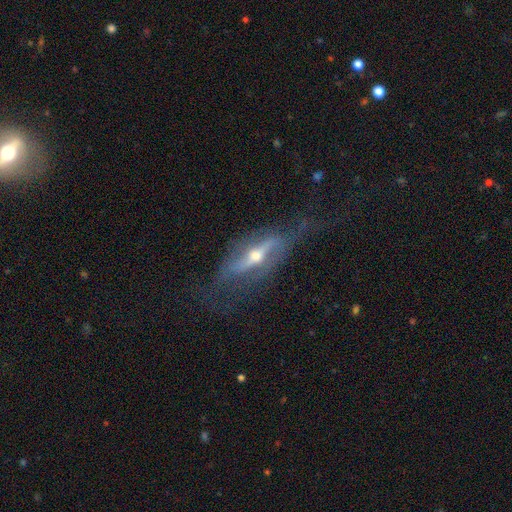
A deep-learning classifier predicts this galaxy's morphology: Smooth or featured?
  - featured or disk: 80% *
  - smooth: 14%
  - star or artifact: 6%
Edge-on disk?
  - yes: 52% *
  - no: 48%
Merging?
  - none: 58% *
  - minor disturbance: 20%
  - major disturbance: 19%
  - merger: 2%